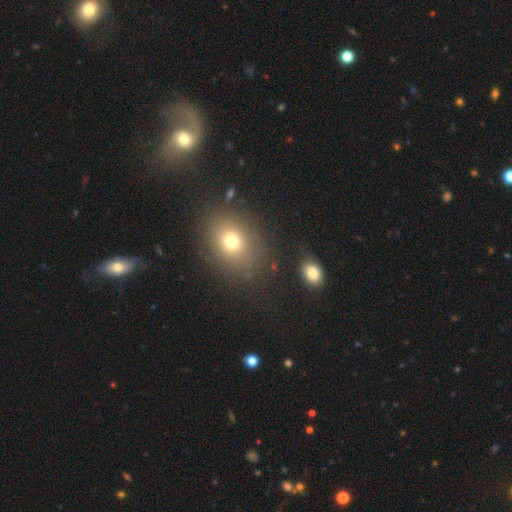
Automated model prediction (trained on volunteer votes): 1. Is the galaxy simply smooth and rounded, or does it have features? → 58% smooth, 26% star or artifact, 15% featured or disk.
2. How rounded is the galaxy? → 50% round, 48% in between, 2% cigar-shaped.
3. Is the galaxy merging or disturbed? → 79% none, 10% minor disturbance, 6% merger, 5% major disturbance.